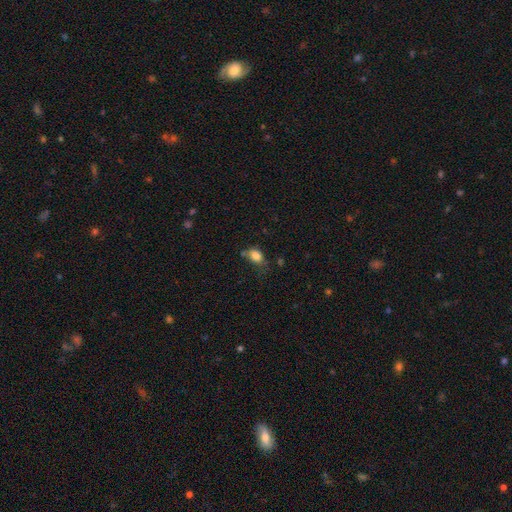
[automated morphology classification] Overall: smooth (82%). How rounded: in between (69%; round 30%). Merging: none (49%; minor disturbance 31%).